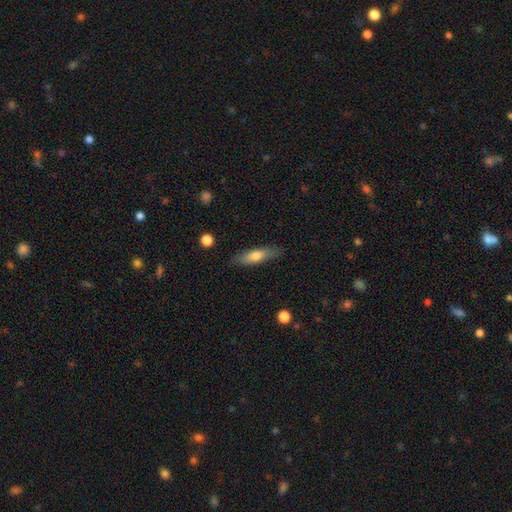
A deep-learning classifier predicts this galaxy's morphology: Overall: smooth (67%; featured or disk 27%). How rounded: cigar-shaped (62%; in between 36%). Merging: none (83%).